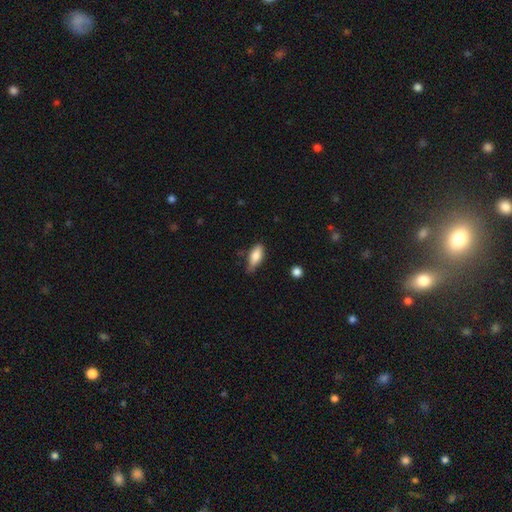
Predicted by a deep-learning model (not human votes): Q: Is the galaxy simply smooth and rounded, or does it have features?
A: smooth — 80%.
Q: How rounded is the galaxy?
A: in between — 80%.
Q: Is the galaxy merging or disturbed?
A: none — 56%.